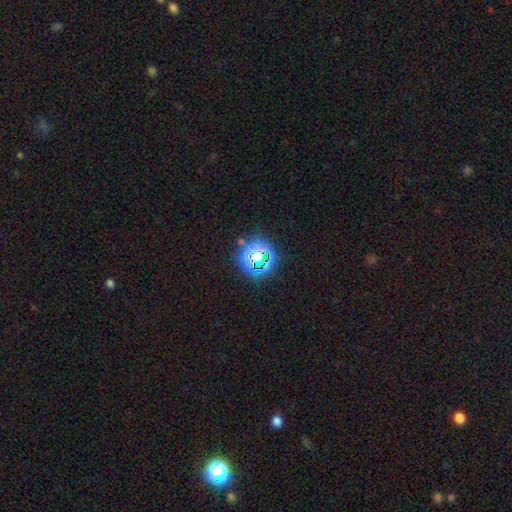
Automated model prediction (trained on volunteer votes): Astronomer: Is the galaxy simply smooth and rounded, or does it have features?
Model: star or artifact — 59%.